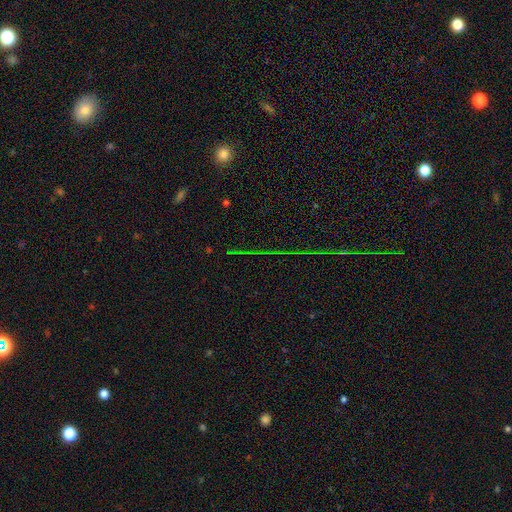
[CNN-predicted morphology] Overall: star or artifact (78%).